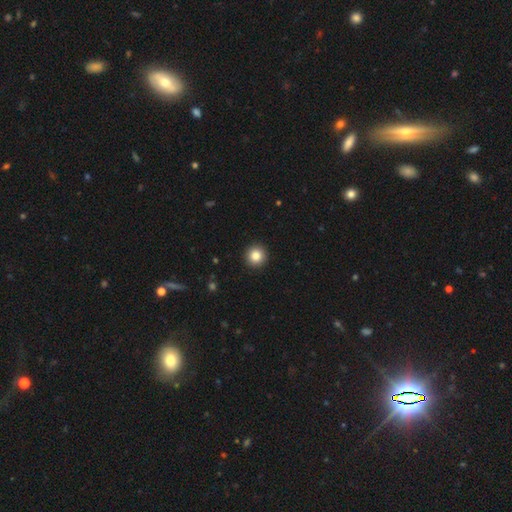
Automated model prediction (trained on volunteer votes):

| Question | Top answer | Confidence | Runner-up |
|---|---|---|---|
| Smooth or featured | smooth | 85% | star or artifact (10%) |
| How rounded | round | 96% | in between (3%) |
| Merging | none | 93% | minor disturbance (4%) |